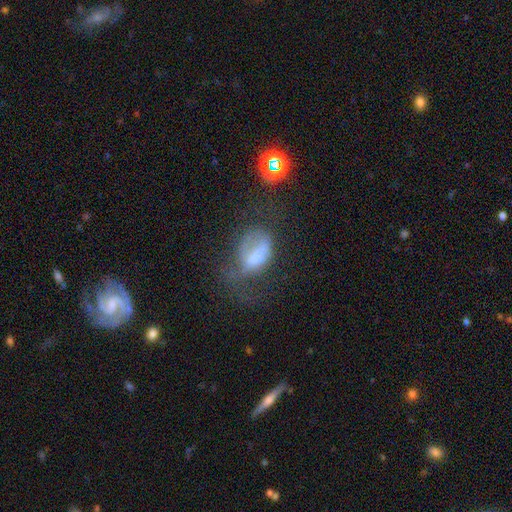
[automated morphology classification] The model was most divided on "smooth or featured": smooth: 49%, featured or disk: 37%, star or artifact: 14%. More confident: merging — major disturbance (51%).